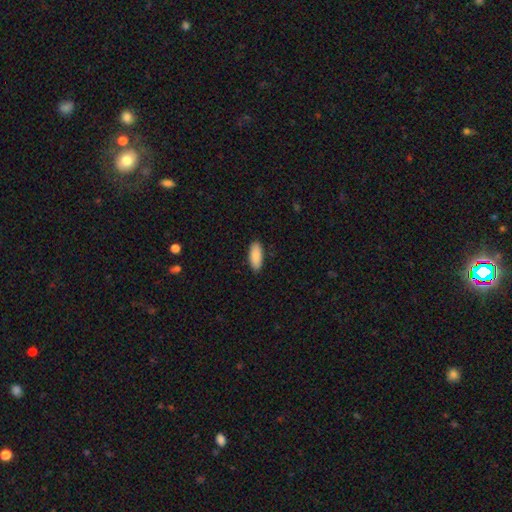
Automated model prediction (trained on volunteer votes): Morphology: type=smooth (89%); roundness=in between (82%); merging=none (89%).